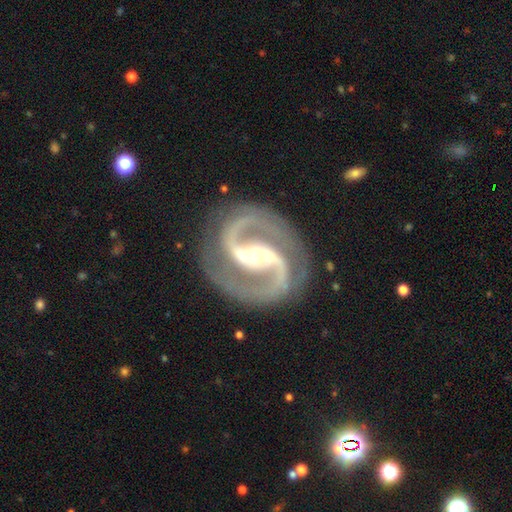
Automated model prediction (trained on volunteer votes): Smooth or featured? featured or disk (94%)
Edge-on disk? no (98%)
Bar? strong (54%)
Spiral arms? yes (99%)
Spiral winding? medium (67%)
Spiral arm count? 2 (95%)
Bulge size? moderate (53%)
Merging? none (86%)